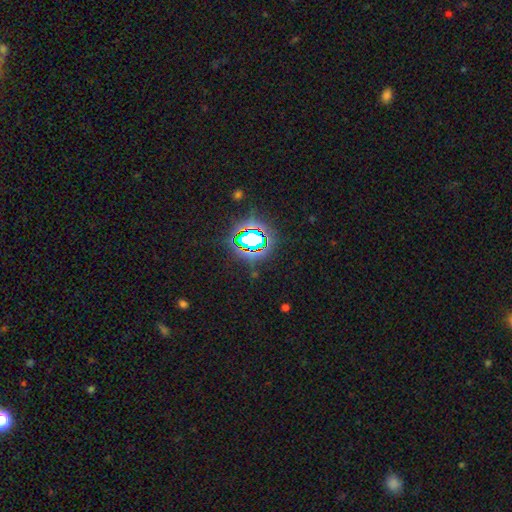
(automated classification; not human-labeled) Q: Smooth or featured?
A: star or artifact (78%); runner-up: smooth (14%)